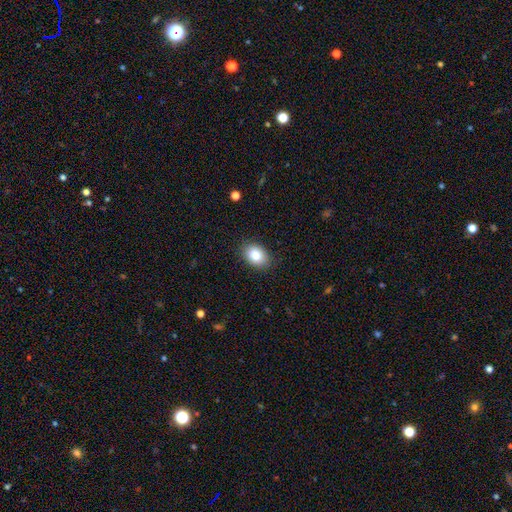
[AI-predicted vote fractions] Q: Smooth or featured?
A: smooth (84%); runner-up: star or artifact (8%)
Q: How rounded?
A: in between (79%); runner-up: round (20%)
Q: Merging?
A: none (86%); runner-up: minor disturbance (10%)